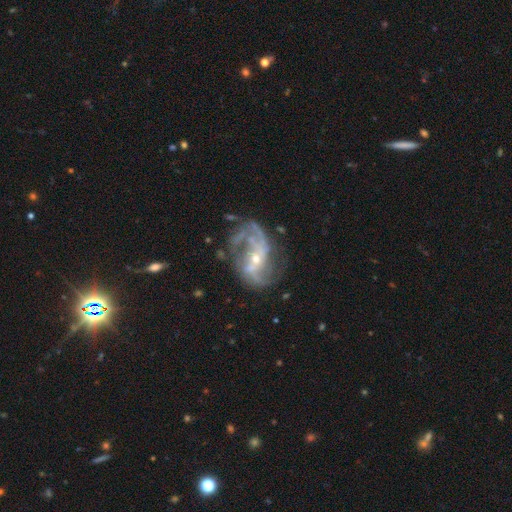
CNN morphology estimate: This appears to be a featured or disk galaxy (84%) with a weak bar (38%), 2 (53%) loose (46%) spiral arms (93%) and a small central bulge (70%). Merging: none (54%).